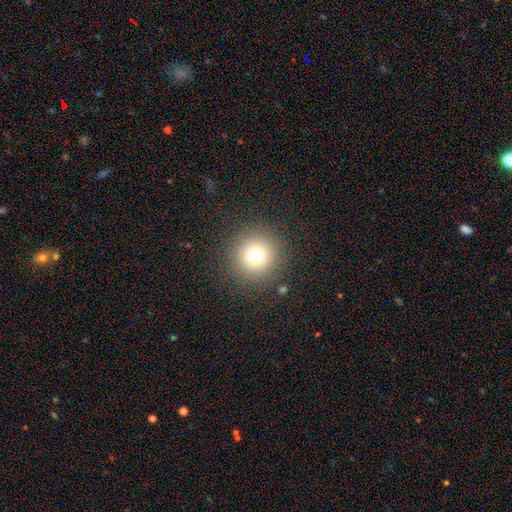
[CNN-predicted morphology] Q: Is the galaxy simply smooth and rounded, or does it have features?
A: smooth — 74%.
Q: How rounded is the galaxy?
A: round — 96%.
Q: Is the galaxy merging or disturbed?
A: none — 89%.